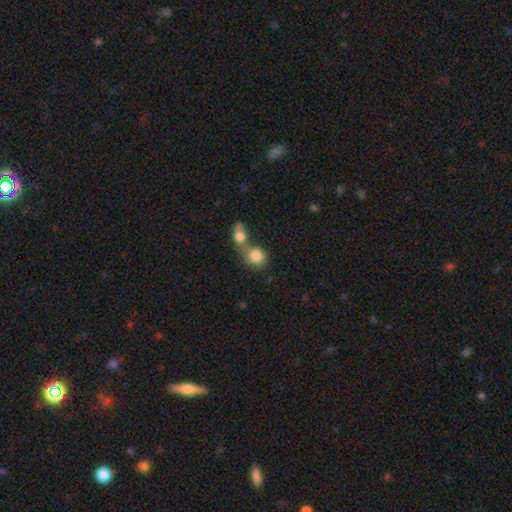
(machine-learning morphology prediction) smooth_or_featured: smooth (p=0.83) [alt: featured or disk p=0.09]
how_rounded: round (p=0.78) [alt: in between p=0.21]
merging: merger (p=0.62) [alt: none p=0.29]